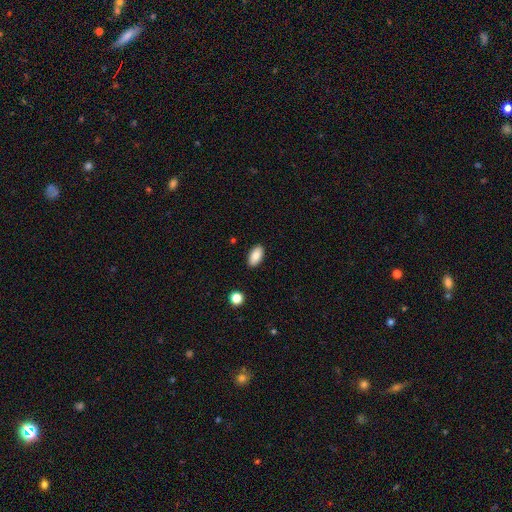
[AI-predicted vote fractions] Morphology: type=smooth (87%); roundness=in between (93%); merging=none (89%).